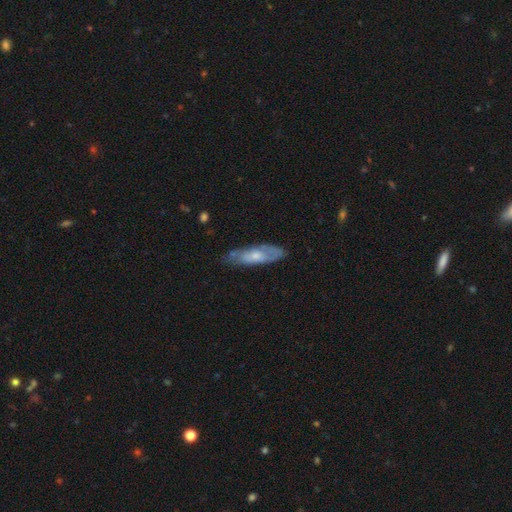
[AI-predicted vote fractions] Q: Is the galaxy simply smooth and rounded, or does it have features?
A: smooth — 48%.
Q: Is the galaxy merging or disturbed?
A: none — 65%.